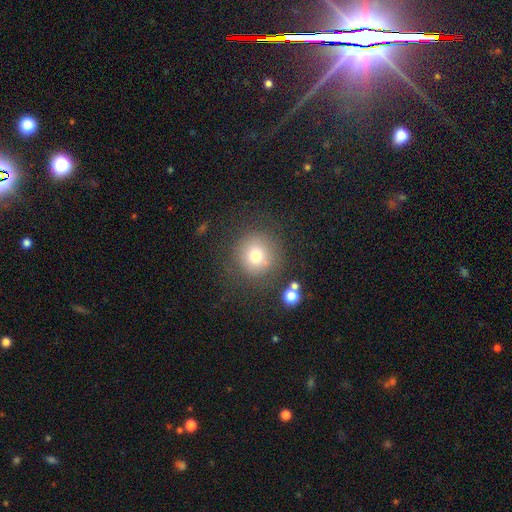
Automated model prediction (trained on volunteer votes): Smooth or featured? smooth (74%)
How rounded? round (93%)
Merging? none (78%)